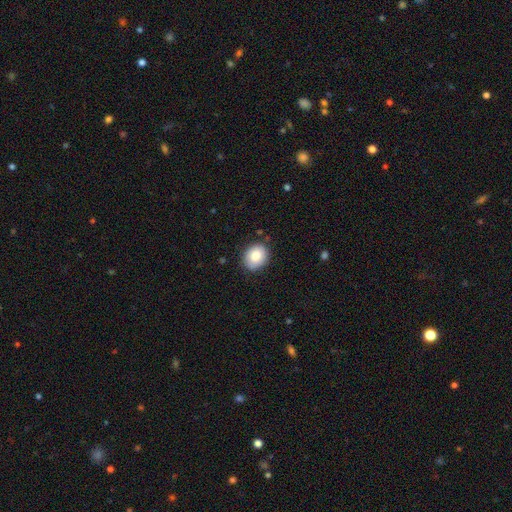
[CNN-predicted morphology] Q: Smooth or featured?
A: smooth (83%); runner-up: featured or disk (9%)
Q: How rounded?
A: round (54%); runner-up: in between (45%)
Q: Merging?
A: none (83%); runner-up: minor disturbance (13%)